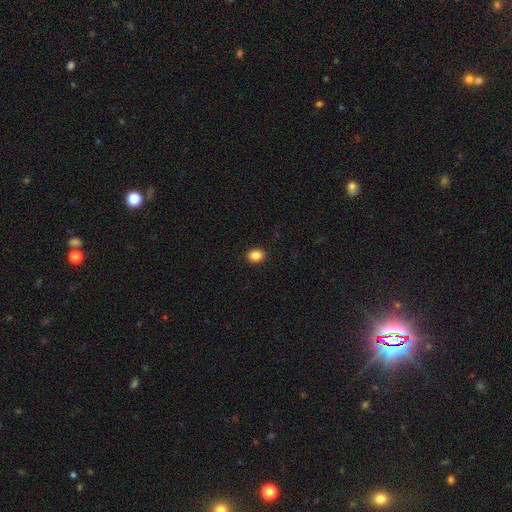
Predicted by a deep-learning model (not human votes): Overall: smooth (87%). How rounded: in between (58%; round 41%). Merging: none (91%).